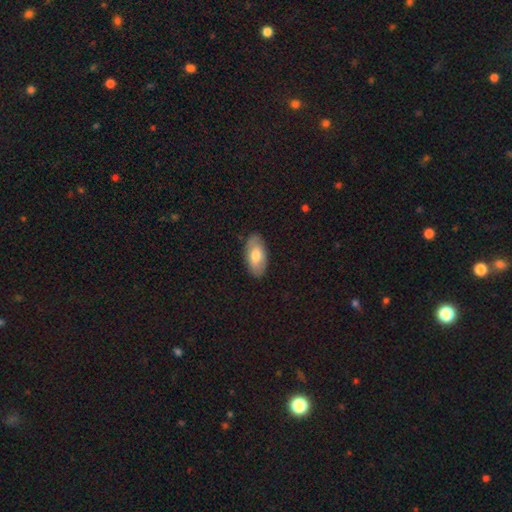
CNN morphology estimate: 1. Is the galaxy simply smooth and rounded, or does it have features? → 73% smooth, 22% featured or disk, 6% star or artifact.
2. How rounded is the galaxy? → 94% in between, 4% cigar-shaped, 3% round.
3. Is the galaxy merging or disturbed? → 87% none, 10% minor disturbance, 2% major disturbance, 1% merger.